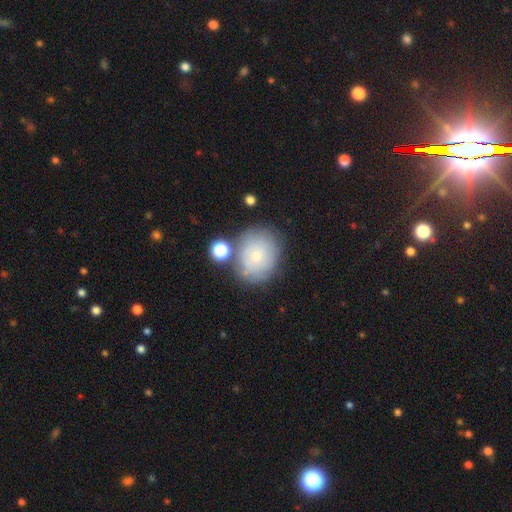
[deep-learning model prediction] Overall: smooth (62%; featured or disk 27%). How rounded: round (71%). Merging: none (67%).